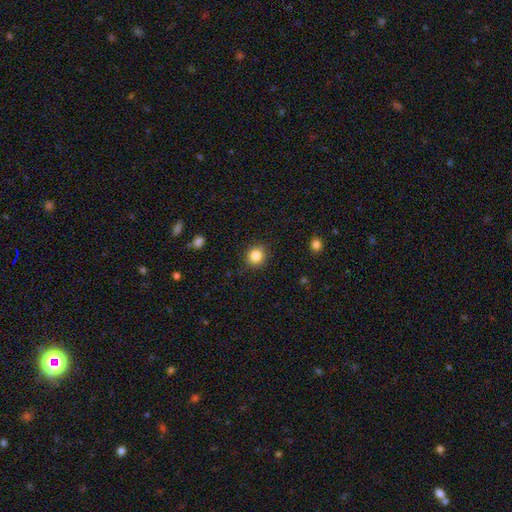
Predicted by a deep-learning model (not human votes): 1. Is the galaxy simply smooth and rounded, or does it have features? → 84% smooth, 11% star or artifact, 5% featured or disk.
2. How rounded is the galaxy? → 87% round, 12% in between, 1% cigar-shaped.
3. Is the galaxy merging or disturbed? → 88% none, 9% minor disturbance, 2% major disturbance, 1% merger.